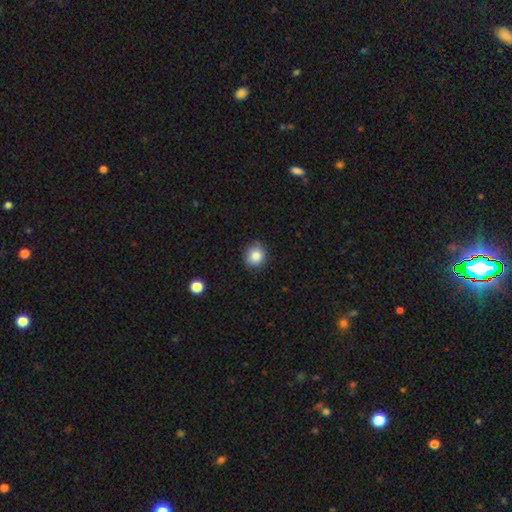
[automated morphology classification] A smooth galaxy with no disk features (85%) that is round (84%).

Vote fractions:
- Smooth or featured? smooth: 85% / star or artifact: 10% / featured or disk: 5%
- How rounded? round: 84% / in between: 15% / cigar-shaped: 1%
- Merging? none: 86% / minor disturbance: 11% / major disturbance: 2% / merger: 1%